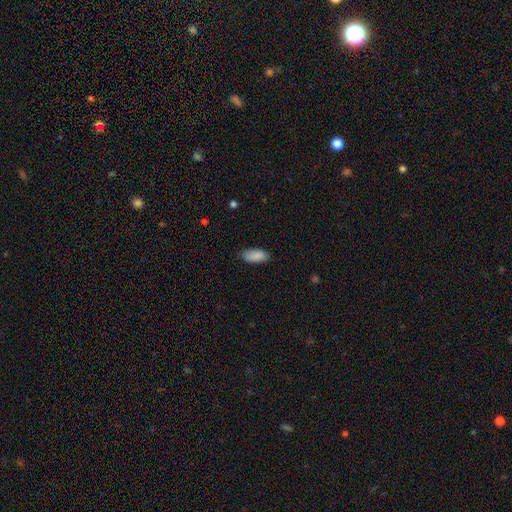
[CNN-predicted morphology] smooth 90%, star or artifact 6%, featured or disk 4%. Down the decision tree: how rounded — in between (87%); merging — none (82%).